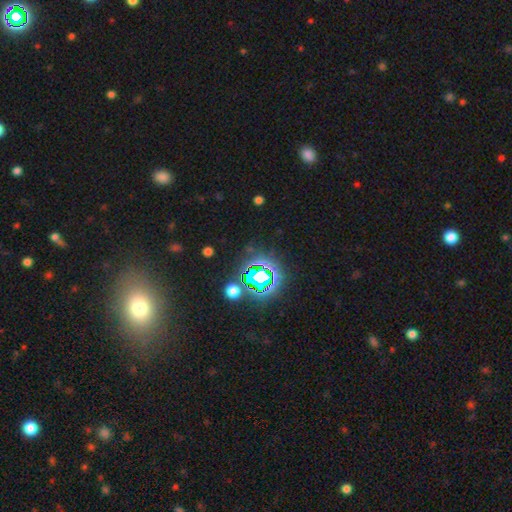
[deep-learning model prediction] This is likely a star or artifact rather than a galaxy (75%).